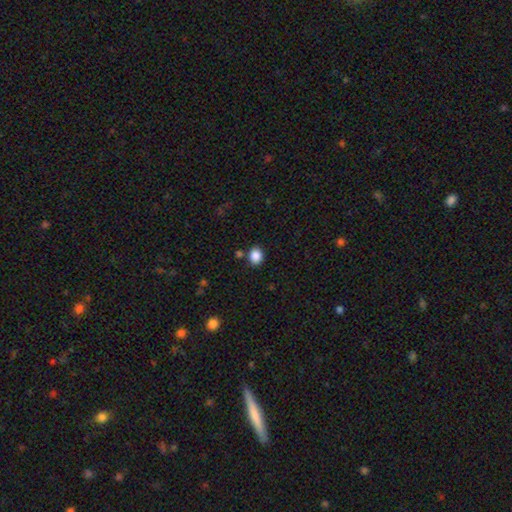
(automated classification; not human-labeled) Q: Smooth or featured?
A: smooth (87%); runner-up: star or artifact (10%)
Q: How rounded?
A: round (58%); runner-up: in between (41%)
Q: Merging?
A: none (83%); runner-up: minor disturbance (9%)